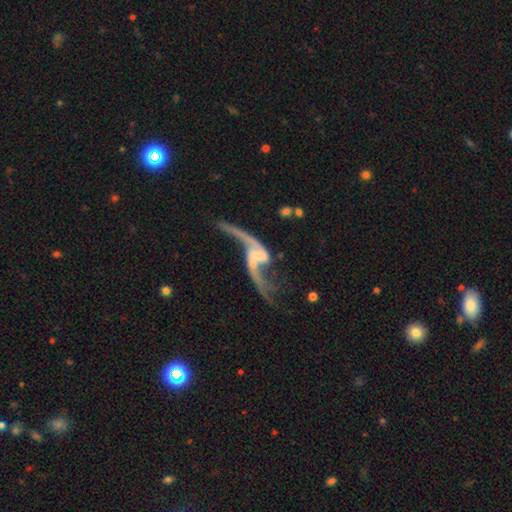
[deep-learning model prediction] This is clearly a featured or disk galaxy (90%). It is clearly not viewed edge-on (95%). Bar: marginally weak (43%). Spiral arm pattern: clearly yes (94%). Spiral arm count: clearly 2 (93%). Spiral winding: clearly loose (94%). Central bulge: marginally small (45%). Merging: possibly none (47%).